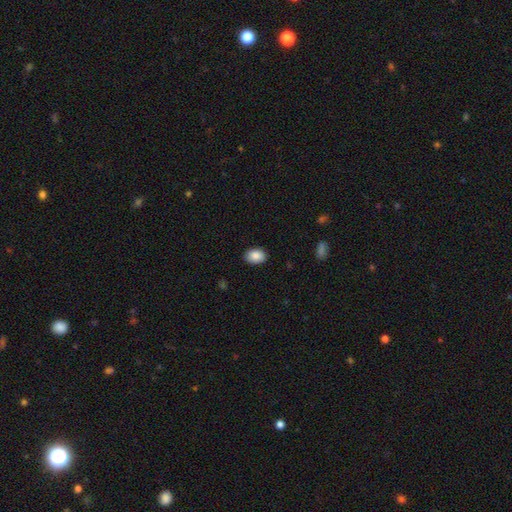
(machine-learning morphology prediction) This is clearly a smooth galaxy (88%). How rounded: clearly in between (84%). Merging: clearly none (88%).